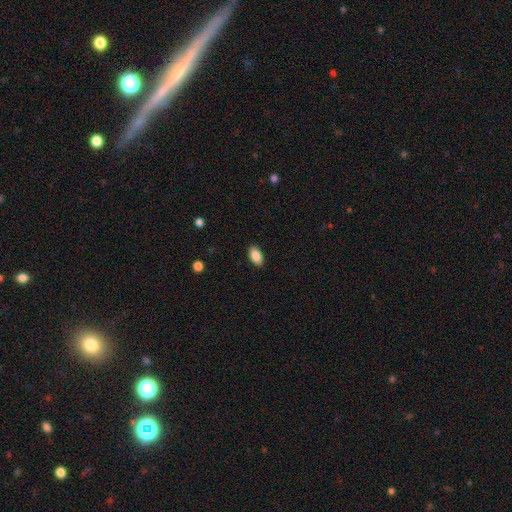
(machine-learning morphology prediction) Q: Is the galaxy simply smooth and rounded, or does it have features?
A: smooth — 88%.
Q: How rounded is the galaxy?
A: in between — 94%.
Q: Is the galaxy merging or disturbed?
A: none — 89%.